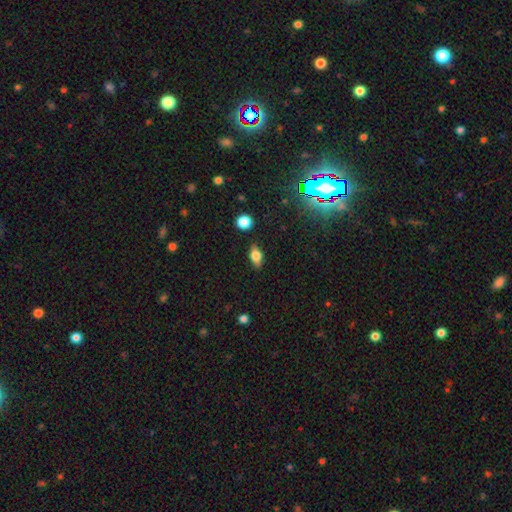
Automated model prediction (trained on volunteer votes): The model was most divided on "smooth or featured": smooth: 69%, featured or disk: 21%, star or artifact: 10%. More confident: merging — none (85%); how rounded — in between (82%).